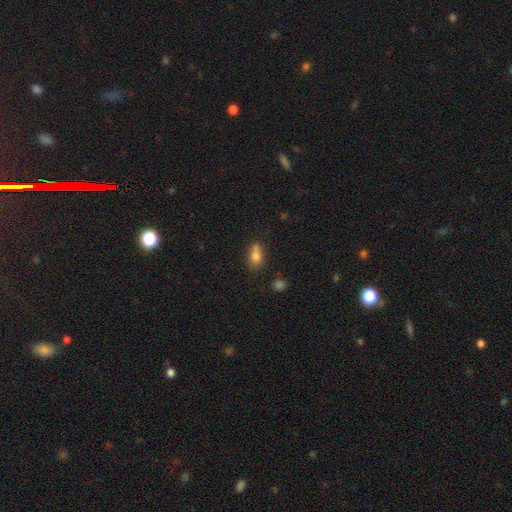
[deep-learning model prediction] Smooth or featured?
  - smooth: 76% *
  - featured or disk: 13%
  - star or artifact: 11%
How rounded?
  - in between: 73% *
  - round: 20%
  - cigar-shaped: 7%
Merging?
  - none: 44% *
  - merger: 29%
  - minor disturbance: 20%
  - major disturbance: 7%